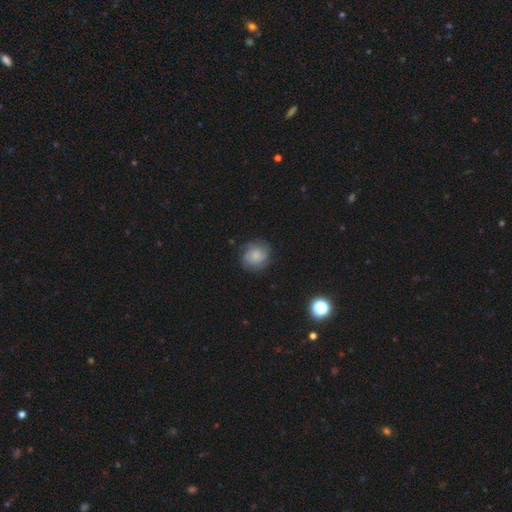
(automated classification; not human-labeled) Smooth or featured: smooth — 60% (featured or disk — 31%)
How rounded: round — 80% (in between — 19%)
Merging: none — 76% (minor disturbance — 17%)